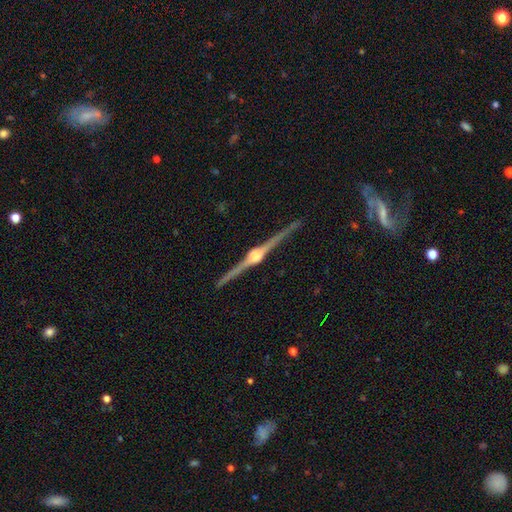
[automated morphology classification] Smooth or featured? Predicted: featured or disk (p=0.90). Edge-on disk? Predicted: yes (p=0.98). Edge-on bulge? Predicted: rounded (p=0.95). Merging? Predicted: none (p=0.91).